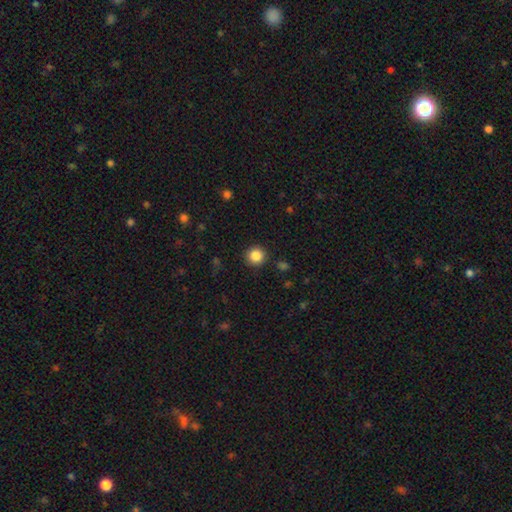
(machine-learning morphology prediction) Q: Smooth or featured?
A: smooth (86%); runner-up: star or artifact (10%)
Q: How rounded?
A: round (94%); runner-up: in between (6%)
Q: Merging?
A: none (90%); runner-up: minor disturbance (6%)